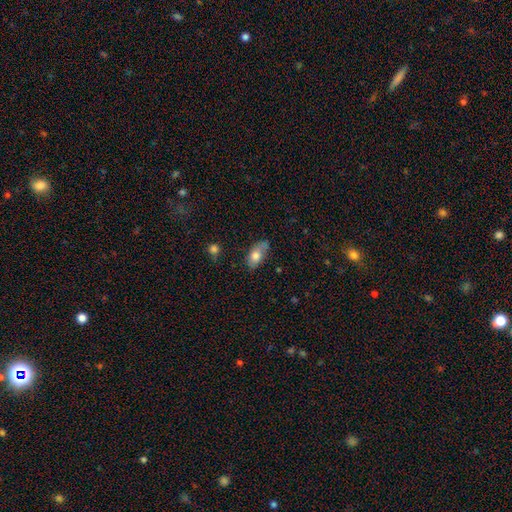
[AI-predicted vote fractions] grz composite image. It shows a smooth galaxy with no disk features (75%) that is in between round and cigar-shaped (89%). Merging: none (56%).